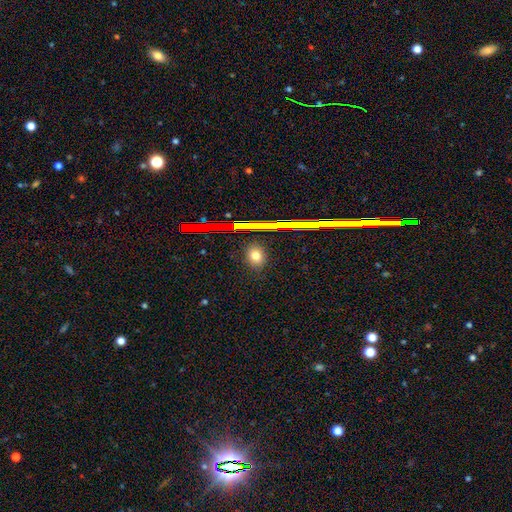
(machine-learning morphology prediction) type=smooth (76%); roundness=round (62%); merging=none (88%).